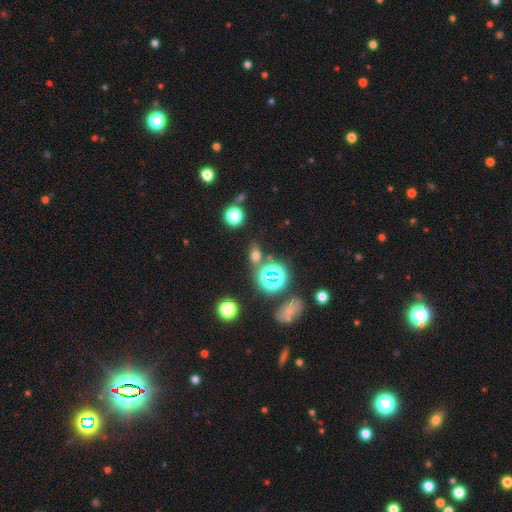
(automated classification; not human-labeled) Smooth or featured? Predicted: smooth (p=0.52). How rounded? Predicted: in between (p=0.60). Merging? Predicted: none (p=0.74).